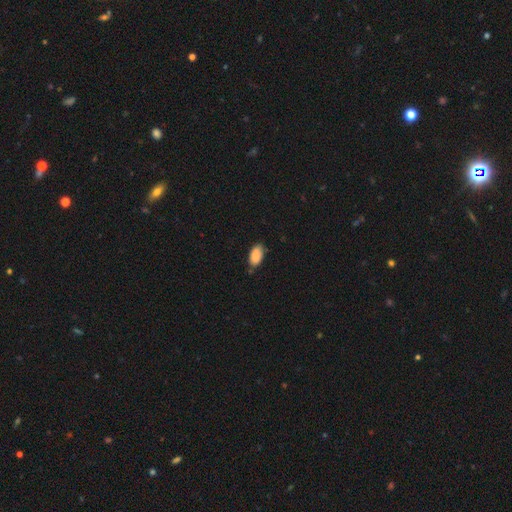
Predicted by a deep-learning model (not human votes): Smooth or featured? Predicted: smooth (p=0.88). How rounded? Predicted: in between (p=0.94). Merging? Predicted: none (p=0.72).